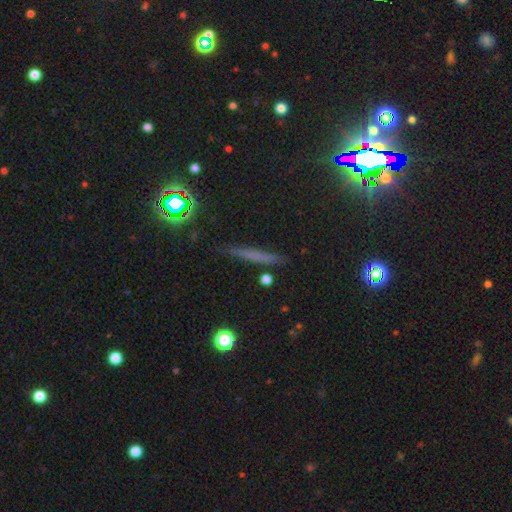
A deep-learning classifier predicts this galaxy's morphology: This appears to be a smooth galaxy with no disk features (44%). Merging: none (87%).